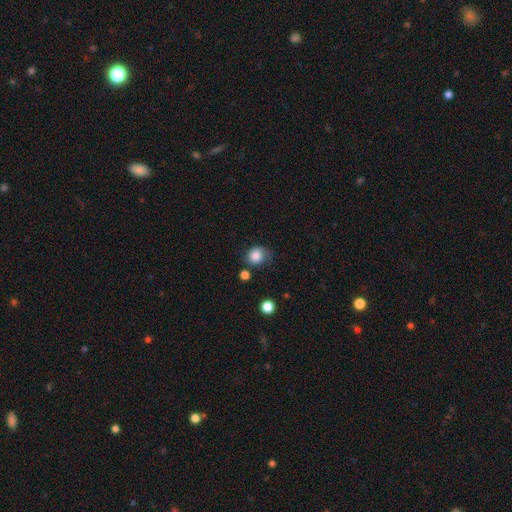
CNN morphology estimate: Smooth or featured?
  - smooth: 82% *
  - star or artifact: 10%
  - featured or disk: 9%
How rounded?
  - round: 75% *
  - in between: 24%
  - cigar-shaped: 1%
Merging?
  - none: 58% *
  - minor disturbance: 27%
  - major disturbance: 10%
  - merger: 5%